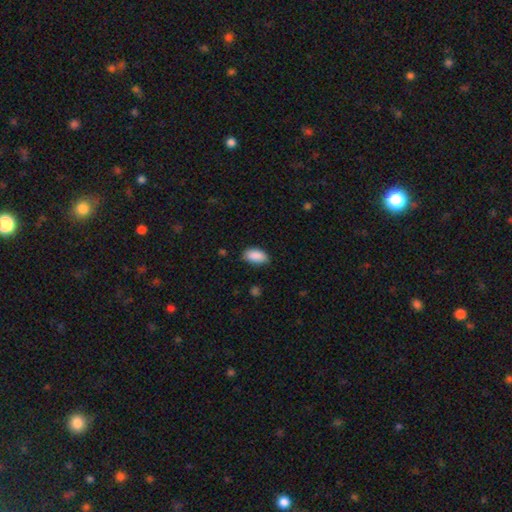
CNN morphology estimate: Smooth or featured? smooth (90%)
How rounded? in between (94%)
Merging? none (81%)